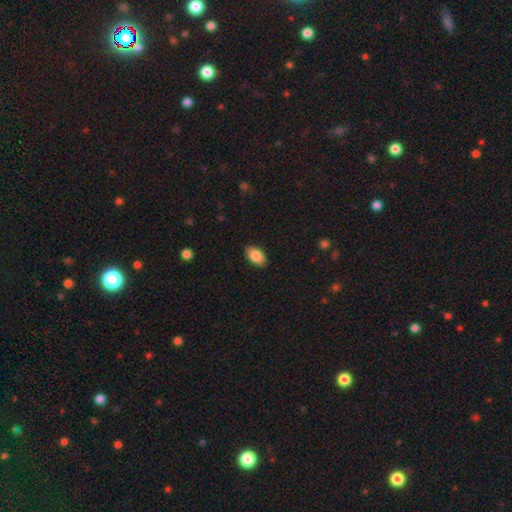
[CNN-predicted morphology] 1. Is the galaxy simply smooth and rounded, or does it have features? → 86% smooth, 7% star or artifact, 7% featured or disk.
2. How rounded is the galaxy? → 92% in between, 6% round, 2% cigar-shaped.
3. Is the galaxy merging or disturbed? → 87% none, 10% minor disturbance, 2% major disturbance, 1% merger.